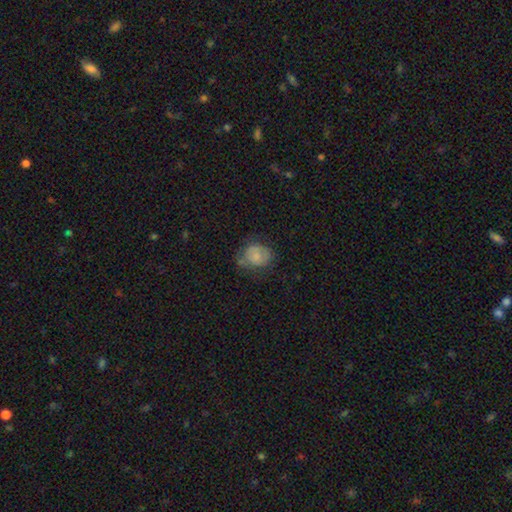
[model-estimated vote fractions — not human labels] Smooth or featured?
  - smooth: 68% *
  - featured or disk: 24%
  - star or artifact: 8%
How rounded?
  - round: 61% *
  - in between: 38%
  - cigar-shaped: 1%
Merging?
  - none: 53% *
  - minor disturbance: 30%
  - major disturbance: 13%
  - merger: 4%